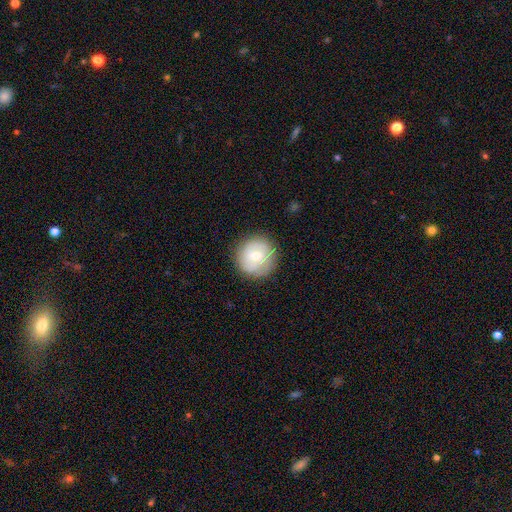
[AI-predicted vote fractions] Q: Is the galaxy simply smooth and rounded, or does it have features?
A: smooth — 57%.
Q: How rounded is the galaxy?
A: round — 94%.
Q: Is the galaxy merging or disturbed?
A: none — 83%.